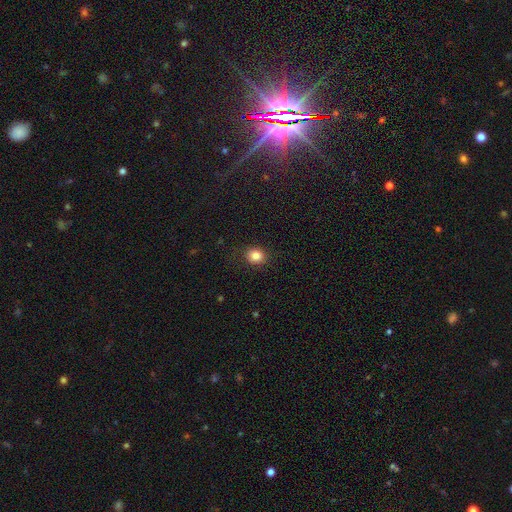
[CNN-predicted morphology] smooth-or-featured: smooth: 85% | star or artifact: 10% | featured or disk: 5%
  how-rounded: round: 68% | in between: 31% | cigar-shaped: 1%
  merging: none: 87% | minor disturbance: 9% | major disturbance: 3% | merger: 1%